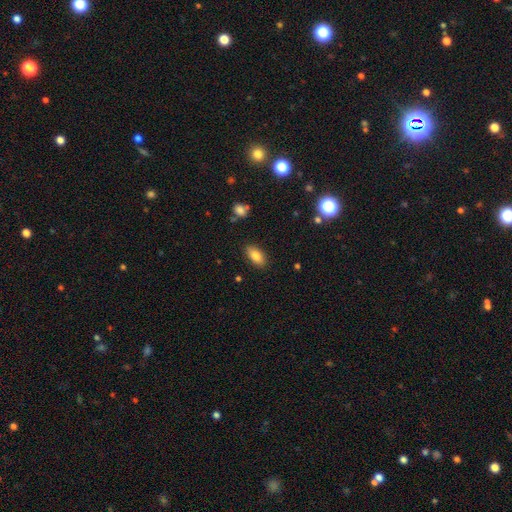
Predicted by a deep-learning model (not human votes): Morphology: type=smooth (83%); roundness=in between (90%); merging=none (87%).